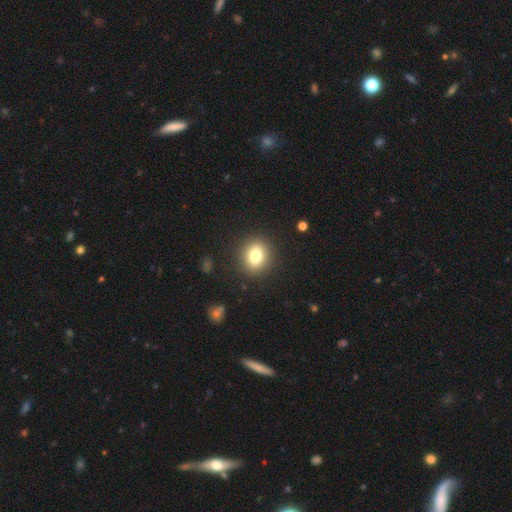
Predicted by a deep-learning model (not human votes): smooth-or-featured: smooth: 79% | star or artifact: 11% | featured or disk: 11%
  how-rounded: round: 64% | in between: 35% | cigar-shaped: 1%
  merging: none: 89% | minor disturbance: 7% | major disturbance: 3% | merger: 1%